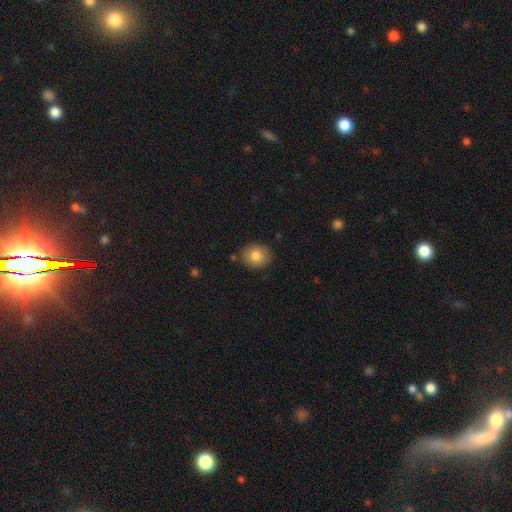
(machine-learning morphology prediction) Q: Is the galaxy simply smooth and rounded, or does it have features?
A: smooth — 83%.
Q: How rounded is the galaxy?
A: round — 57%.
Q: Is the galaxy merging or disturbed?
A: none — 85%.